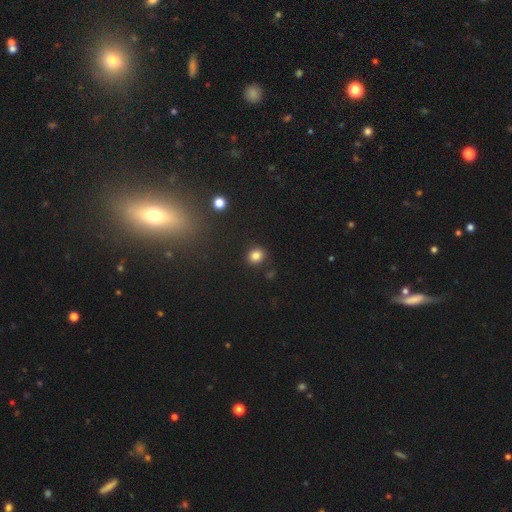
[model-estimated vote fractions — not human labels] Smooth or featured: smooth — 83% (star or artifact — 11%)
How rounded: round — 75% (in between — 24%)
Merging: none — 88% (minor disturbance — 8%)